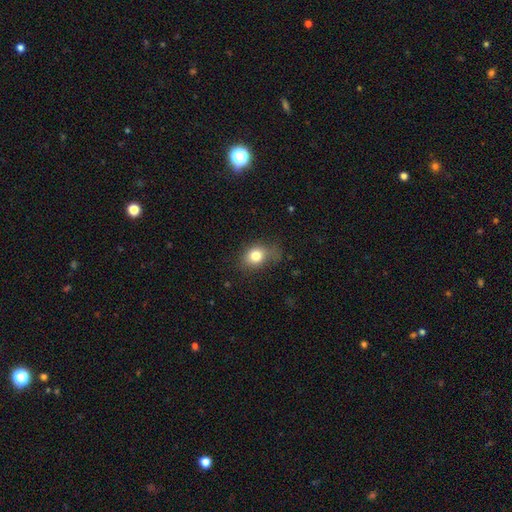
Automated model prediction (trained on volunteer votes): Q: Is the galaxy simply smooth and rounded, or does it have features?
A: smooth — 79%.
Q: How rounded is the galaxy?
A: in between — 55%.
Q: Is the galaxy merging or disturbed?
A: none — 54%.